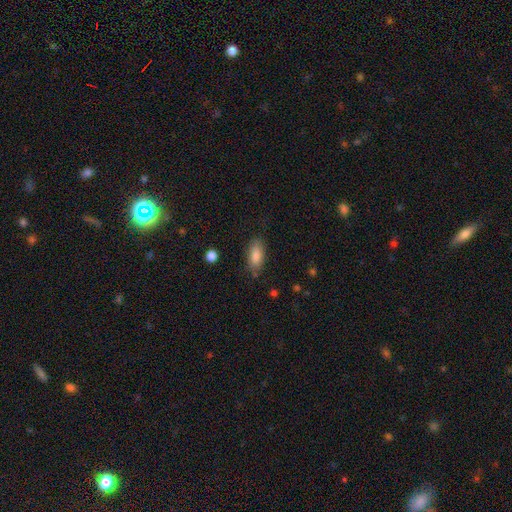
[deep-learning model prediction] Smooth or featured? smooth (84%)
How rounded? in between (84%)
Merging? none (79%)